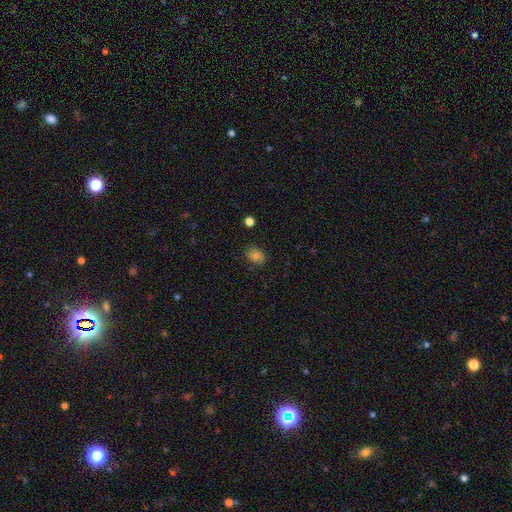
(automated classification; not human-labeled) Smooth or featured?
  - smooth: 75% *
  - featured or disk: 13%
  - star or artifact: 12%
How rounded?
  - in between: 65% *
  - round: 34%
  - cigar-shaped: 1%
Merging?
  - none: 78% *
  - minor disturbance: 17%
  - major disturbance: 4%
  - merger: 1%